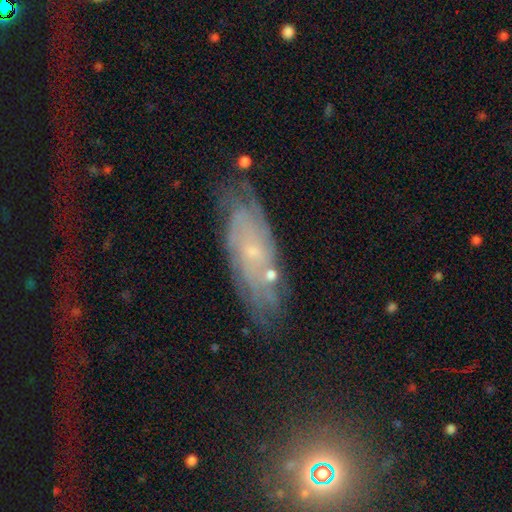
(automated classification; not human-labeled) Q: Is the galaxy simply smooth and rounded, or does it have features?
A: featured or disk — 66%.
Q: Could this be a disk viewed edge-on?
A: no — 84%.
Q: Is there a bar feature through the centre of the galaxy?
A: no — 73%.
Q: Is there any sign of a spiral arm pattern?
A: yes — 81%.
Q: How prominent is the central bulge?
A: small — 80%.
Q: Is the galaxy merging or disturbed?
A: none — 70%.